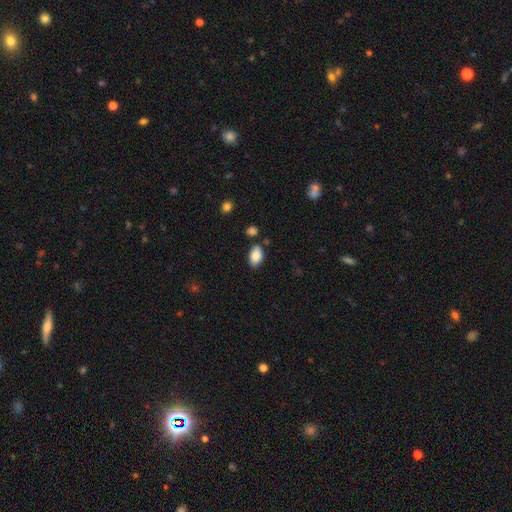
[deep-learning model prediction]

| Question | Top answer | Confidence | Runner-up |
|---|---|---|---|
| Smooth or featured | smooth | 85% | featured or disk (8%) |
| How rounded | in between | 91% | round (7%) |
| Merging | none | 77% | minor disturbance (15%) |